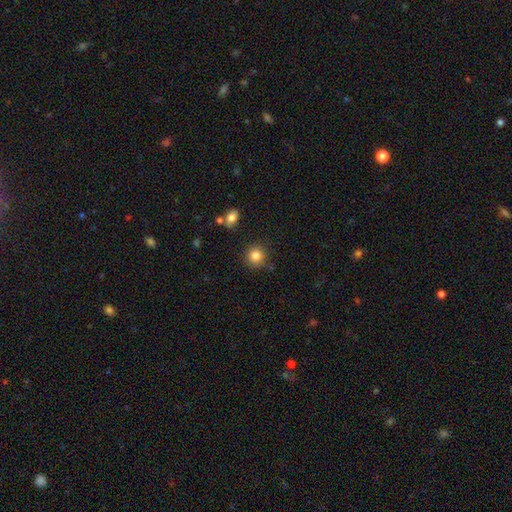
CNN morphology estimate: This is clearly a smooth galaxy (84%). How rounded: clearly round (91%). Merging: clearly none (86%).